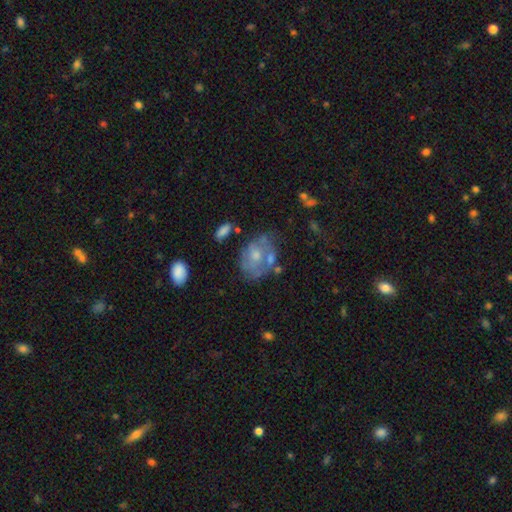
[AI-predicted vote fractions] smooth-or-featured: featured or disk: 51% | smooth: 40% | star or artifact: 9%
  disk-edge-on: no: 96% | yes: 4%
  merging: none: 43% | minor disturbance: 25% | major disturbance: 17% | merger: 15%